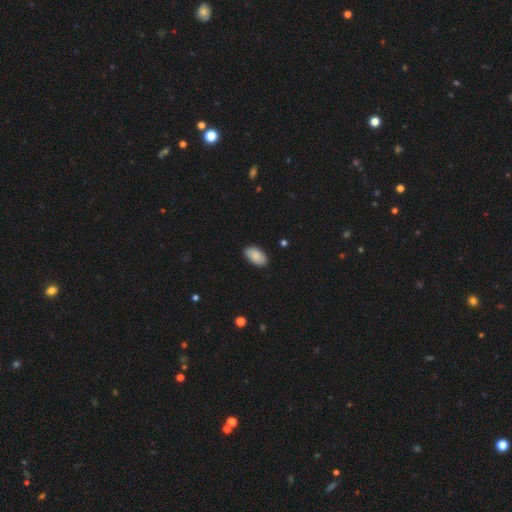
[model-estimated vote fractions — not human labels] A smooth galaxy with no disk features (86%) that is in between round and cigar-shaped (95%).

Vote fractions:
- Smooth or featured? smooth: 86% / featured or disk: 8% / star or artifact: 6%
- How rounded? in between: 95% / round: 3% / cigar-shaped: 2%
- Merging? none: 85% / minor disturbance: 12% / major disturbance: 2% / merger: 1%